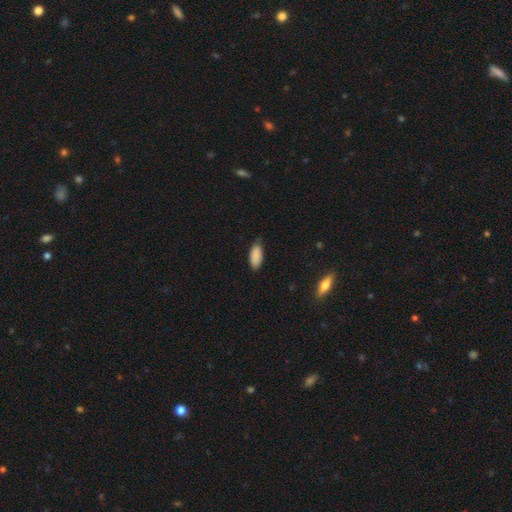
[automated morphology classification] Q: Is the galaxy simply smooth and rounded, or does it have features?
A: smooth — 89%.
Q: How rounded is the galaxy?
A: in between — 89%.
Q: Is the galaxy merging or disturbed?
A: none — 75%.